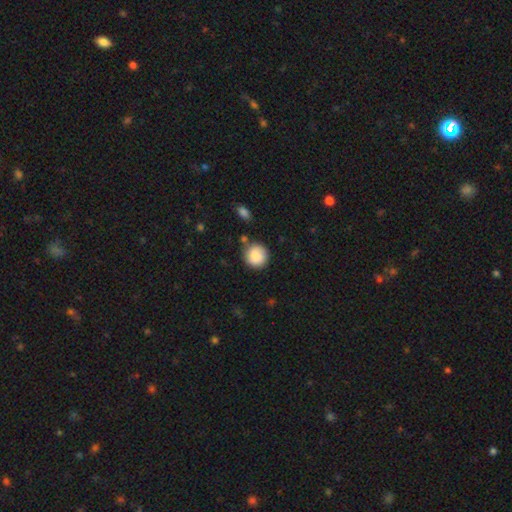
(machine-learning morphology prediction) A smooth galaxy with no disk features (88%) that is round (91%).

Vote fractions:
- Smooth or featured? smooth: 88% / star or artifact: 7% / featured or disk: 4%
- How rounded? round: 91% / in between: 8% / cigar-shaped: 1%
- Merging? none: 78% / minor disturbance: 13% / merger: 5% / major disturbance: 4%